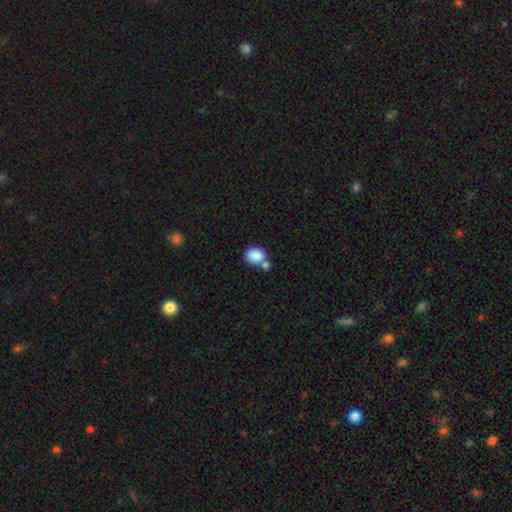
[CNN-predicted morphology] The model was most divided on "how rounded": round: 54%, in between: 45%, cigar-shaped: 1%. Remaining: smooth or featured — smooth (86%); merging — none (47%).